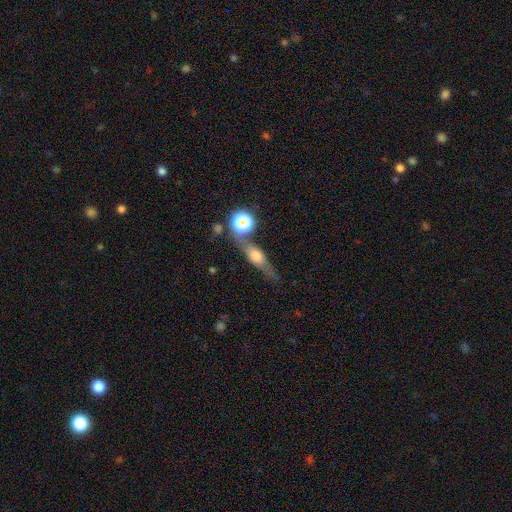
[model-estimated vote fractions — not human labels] The model was most divided on "smooth or featured": featured or disk: 50%, smooth: 38%, star or artifact: 13%. More confident: merging — none (64%).